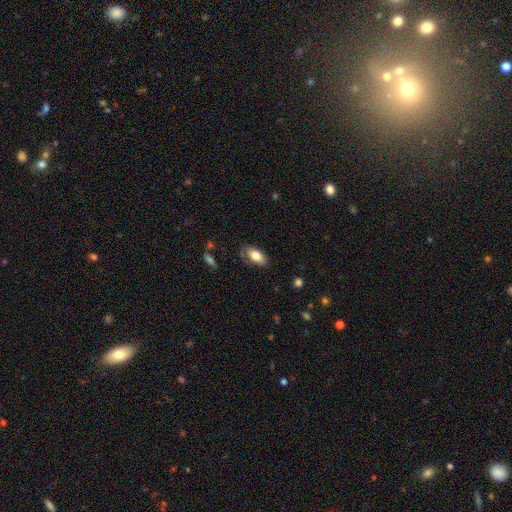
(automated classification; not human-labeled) Smooth or featured: smooth — 78% (featured or disk — 15%)
How rounded: in between — 92% (cigar-shaped — 5%)
Merging: none — 78% (minor disturbance — 17%)